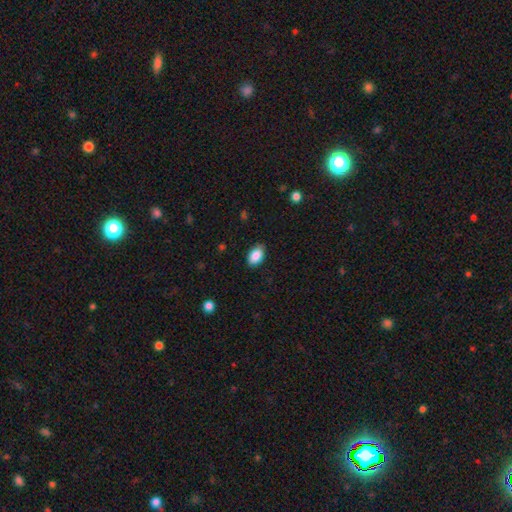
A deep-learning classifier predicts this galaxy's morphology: smooth 87%, star or artifact 7%, featured or disk 6%. Down the decision tree: how rounded — in between (91%); merging — none (83%).